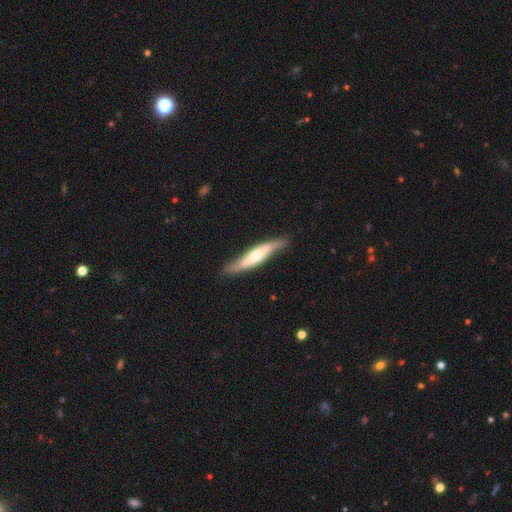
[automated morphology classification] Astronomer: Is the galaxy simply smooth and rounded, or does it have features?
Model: featured or disk — 54% (runner-up: smooth, 41%).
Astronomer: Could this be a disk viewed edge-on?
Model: yes — 82%.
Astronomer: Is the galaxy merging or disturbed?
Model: none — 80%.